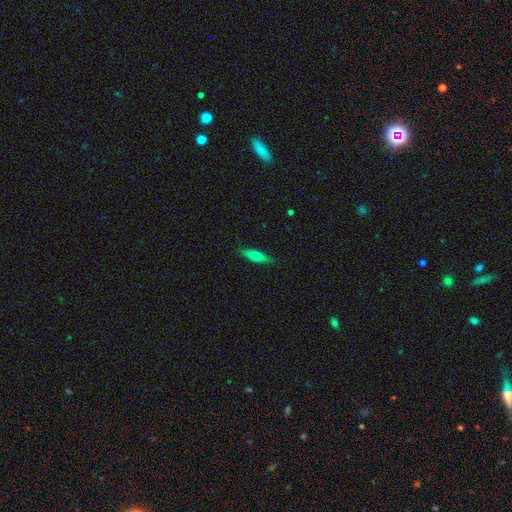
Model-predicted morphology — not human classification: A smooth galaxy with no disk features (55%) that is cigar-shaped (65%). Merging: none (86%).